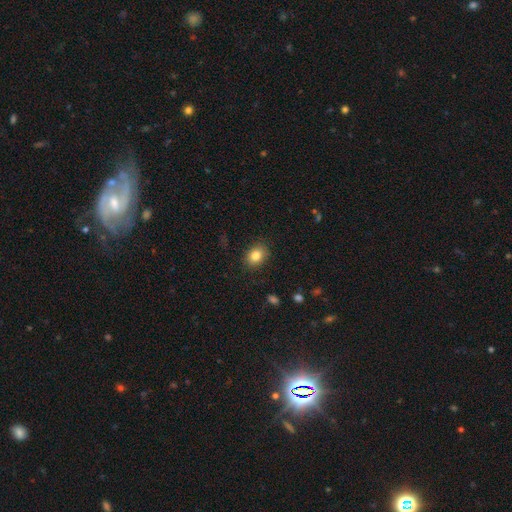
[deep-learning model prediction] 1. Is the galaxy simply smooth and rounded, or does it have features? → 83% smooth, 10% star or artifact, 7% featured or disk.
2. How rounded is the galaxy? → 59% in between, 40% round, 1% cigar-shaped.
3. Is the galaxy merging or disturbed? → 86% none, 10% minor disturbance, 3% major disturbance, 1% merger.